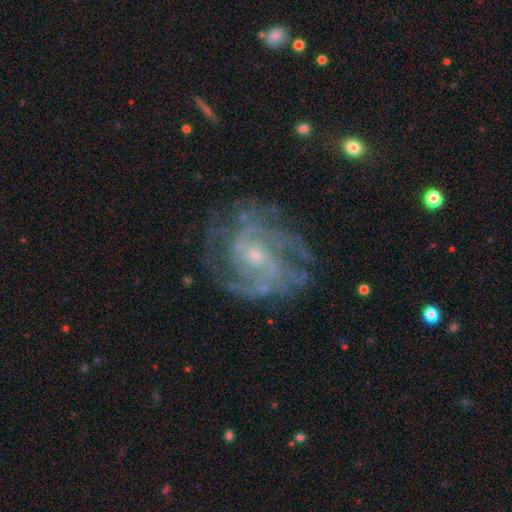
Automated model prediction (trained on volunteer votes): Smooth or featured? Predicted: featured or disk (p=0.89). Edge-on disk? Predicted: no (p=0.98). Bar? Predicted: no (p=0.61). Spiral arms? Predicted: yes (p=0.96). Spiral winding? Predicted: tight (p=0.50). Spiral arm count? Predicted: 2 (p=0.30). Bulge size? Predicted: small (p=0.72). Merging? Predicted: none (p=0.69).